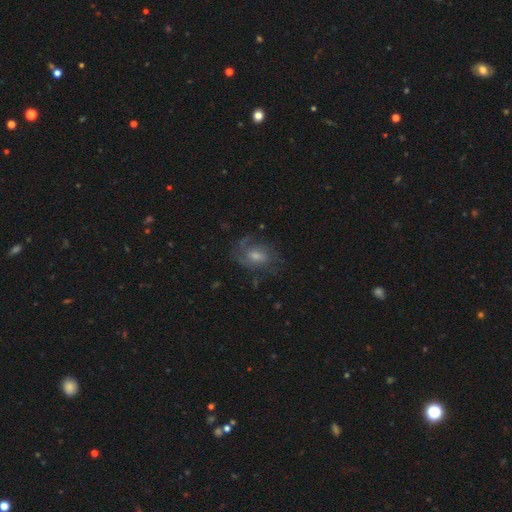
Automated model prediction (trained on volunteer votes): This is likely a featured or disk galaxy (65%). It is clearly not viewed edge-on (96%). Bar: possibly no (55%). Spiral arm pattern: clearly yes (86%). Spiral arm count: marginally can't tell (36%). Spiral winding: possibly medium (45%). Central bulge: possibly moderate (50%). Merging: likely none (67%).